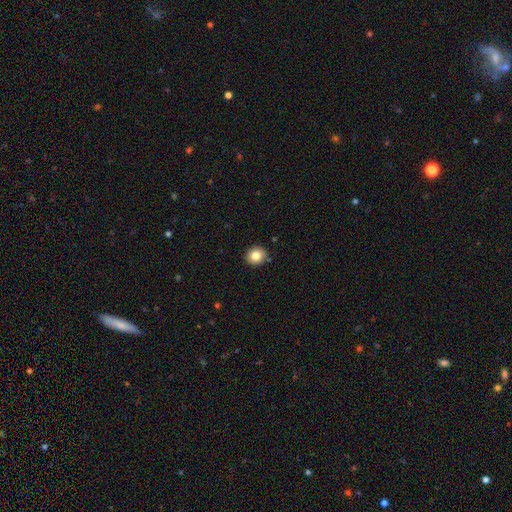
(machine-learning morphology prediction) smooth_or_featured: smooth (p=0.82) [alt: star or artifact p=0.10]
how_rounded: round (p=0.87) [alt: in between p=0.12]
merging: none (p=0.90) [alt: minor disturbance p=0.07]